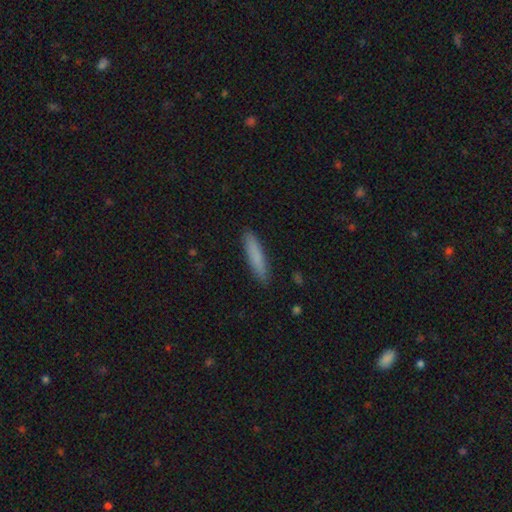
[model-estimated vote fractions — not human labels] Smooth or featured: smooth — 83% (featured or disk — 11%)
How rounded: cigar-shaped — 89% (in between — 10%)
Merging: none — 90% (minor disturbance — 7%)